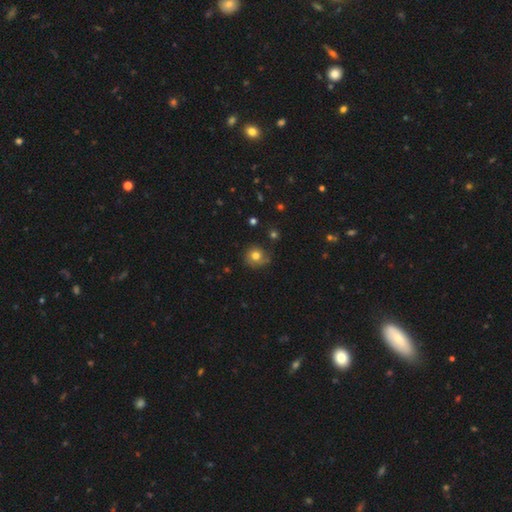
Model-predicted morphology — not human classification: Smooth or featured: smooth — 72% (featured or disk — 17%)
How rounded: round — 86% (in between — 13%)
Merging: none — 65% (minor disturbance — 23%)